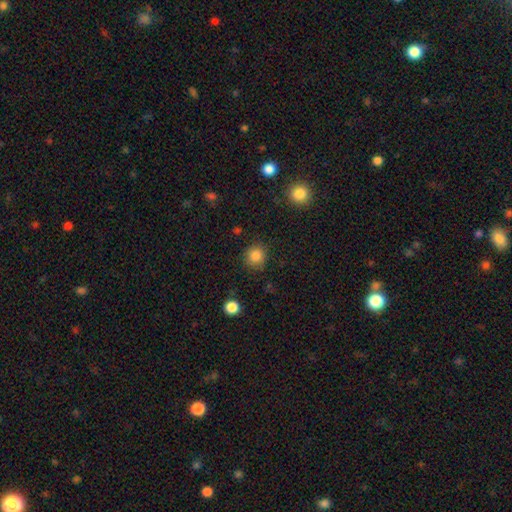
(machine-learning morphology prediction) Smooth or featured?
  - smooth: 85% *
  - star or artifact: 11%
  - featured or disk: 4%
How rounded?
  - round: 90% *
  - in between: 9%
  - cigar-shaped: 1%
Merging?
  - none: 87% *
  - minor disturbance: 9%
  - major disturbance: 3%
  - merger: 2%